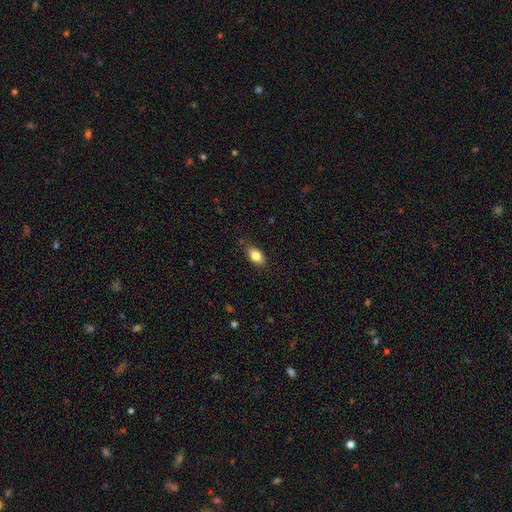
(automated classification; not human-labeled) Smooth or featured? Predicted: smooth (p=0.83). How rounded? Predicted: in between (p=0.87). Merging? Predicted: none (p=0.83).